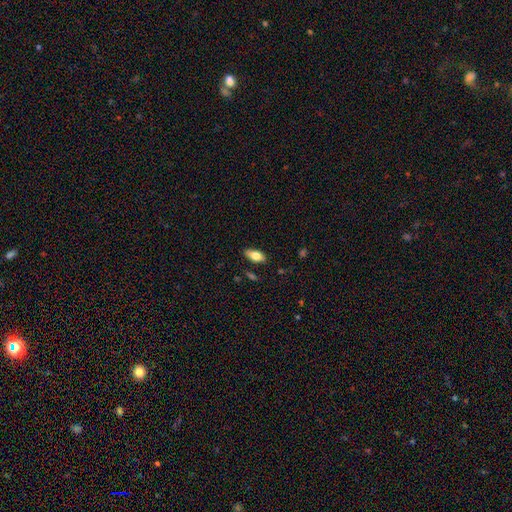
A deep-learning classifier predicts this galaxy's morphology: This appears to be a smooth galaxy with no disk features (77%) that is in between round and cigar-shaped (89%). Merging: none (86%).